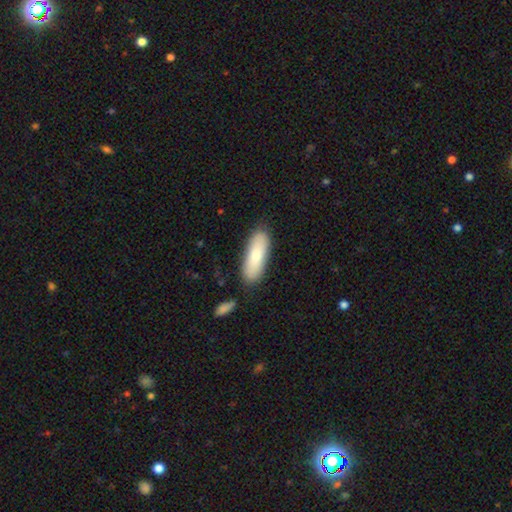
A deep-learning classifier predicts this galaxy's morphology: Smooth or featured: smooth — 80% (featured or disk — 14%)
How rounded: in between — 59% (cigar-shaped — 39%)
Merging: none — 82% (minor disturbance — 12%)